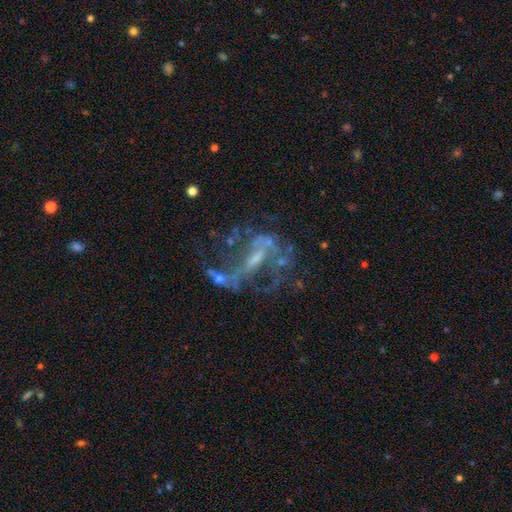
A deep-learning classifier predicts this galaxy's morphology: A featured or disk galaxy (70%) with no bar (39%), spiral arms (59%) and a small central bulge (50%).

Vote fractions:
- Smooth or featured? featured or disk: 70% / star or artifact: 21% / smooth: 9%
- Edge-on disk? no: 94% / yes: 6%
- Bar? no: 39% / weak: 35% / strong: 26%
- Spiral arms? yes: 59% / no: 41%
- Bulge size? small: 50% / none: 27% / moderate: 19% / large: 2% / dominant: 1%
- Merging? none: 40% / major disturbance: 33% / minor disturbance: 14% / merger: 12%